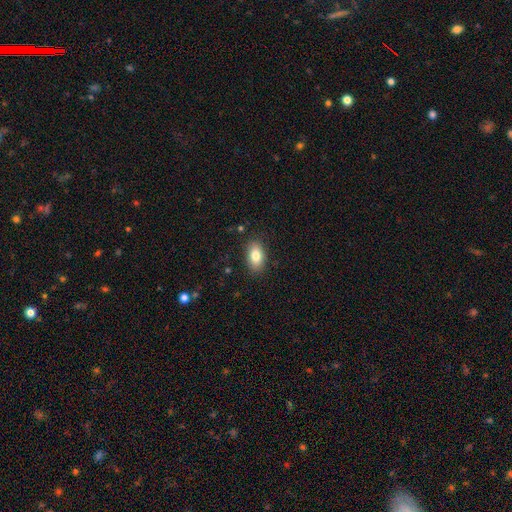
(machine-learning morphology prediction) A smooth galaxy with no disk features (81%) that is in between round and cigar-shaped (90%).

Vote fractions:
- Smooth or featured? smooth: 81% / featured or disk: 11% / star or artifact: 8%
- How rounded? in between: 90% / round: 8% / cigar-shaped: 2%
- Merging? none: 87% / minor disturbance: 10% / major disturbance: 2% / merger: 1%